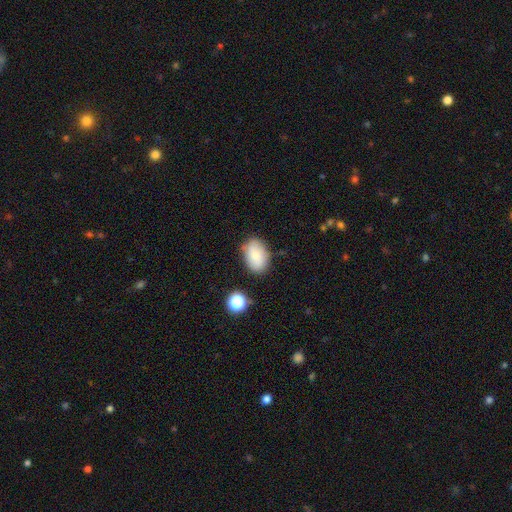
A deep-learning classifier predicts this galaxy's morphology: Smooth or featured: smooth — 81% (featured or disk — 11%)
How rounded: in between — 88% (round — 11%)
Merging: none — 77% (minor disturbance — 16%)